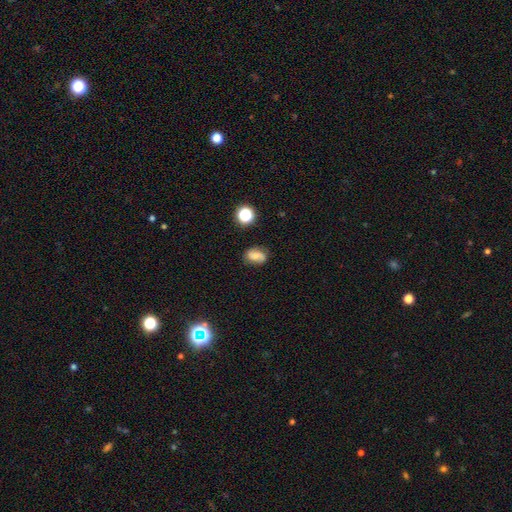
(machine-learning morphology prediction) A smooth galaxy with no disk features (55%) that is in between round and cigar-shaped (66%). Merging: none (72%).